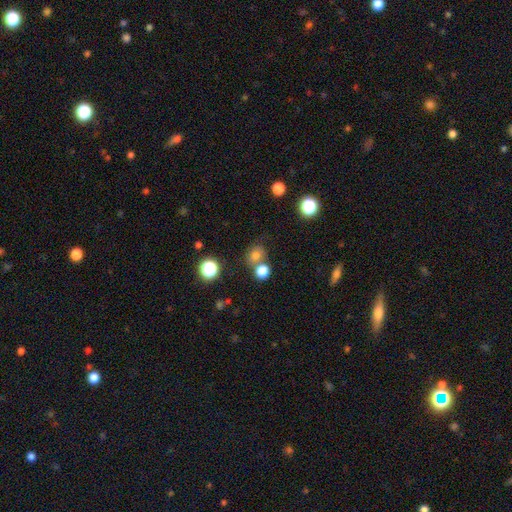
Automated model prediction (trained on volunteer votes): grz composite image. It shows a smooth galaxy with no disk features (74%) that is round (70%). Merging: none (61%).